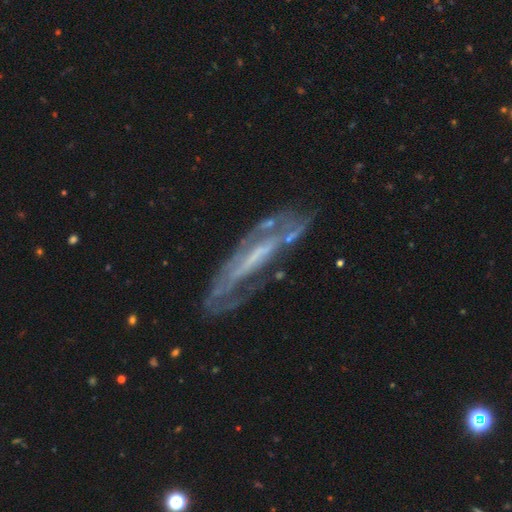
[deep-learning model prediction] This is likely a featured or disk galaxy (78%). It is likely not viewed edge-on (68%). Bar: marginally strong (40%). Spiral arm pattern: likely yes (74%). Central bulge: marginally none (41%). Merging: likely none (62%).